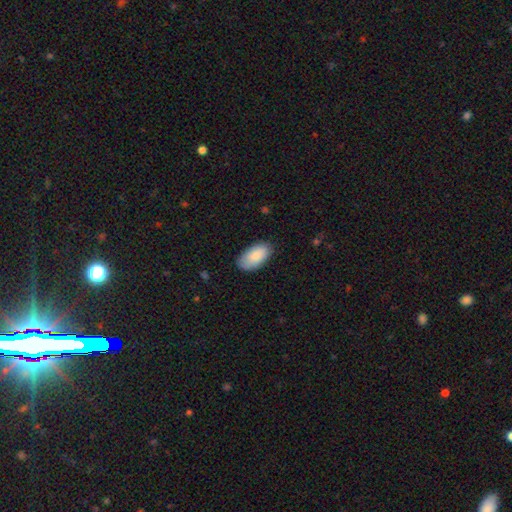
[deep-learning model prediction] Overall: smooth (88%). How rounded: in between (96%). Merging: none (83%).